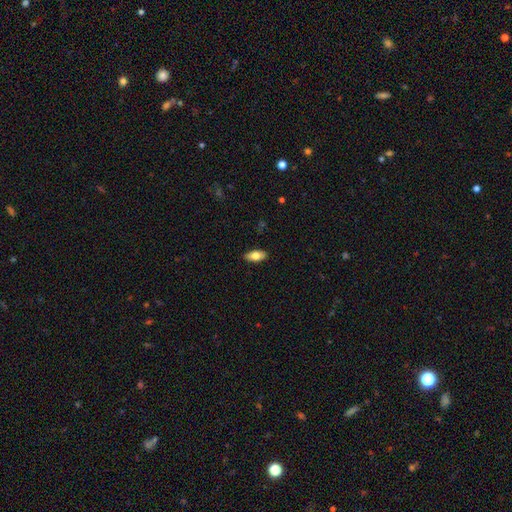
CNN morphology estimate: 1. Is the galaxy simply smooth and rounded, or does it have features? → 76% smooth, 18% featured or disk, 6% star or artifact.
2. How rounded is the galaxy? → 88% in between, 10% cigar-shaped, 3% round.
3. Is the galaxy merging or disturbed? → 89% none, 8% minor disturbance, 2% major disturbance, 1% merger.